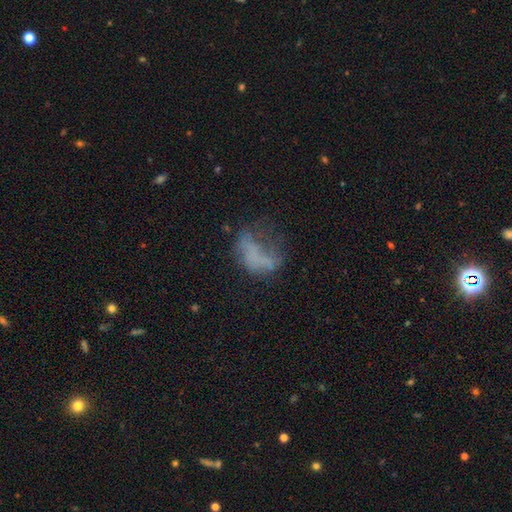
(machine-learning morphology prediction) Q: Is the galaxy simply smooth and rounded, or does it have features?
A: smooth — 44%.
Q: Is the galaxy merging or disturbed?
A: major disturbance — 44%.